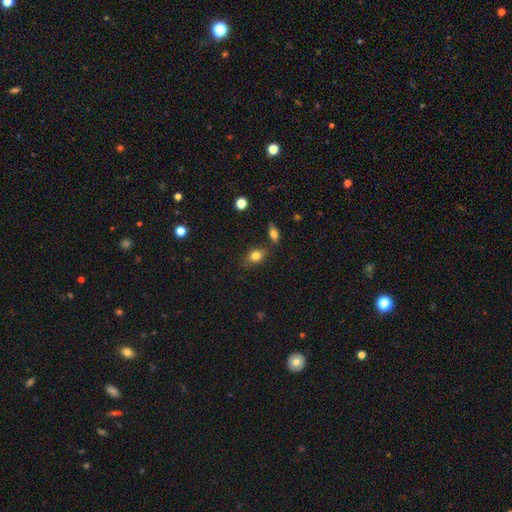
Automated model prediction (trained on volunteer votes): A smooth galaxy with no disk features (80%) that is in between round and cigar-shaped (69%). Merging: none (73%).